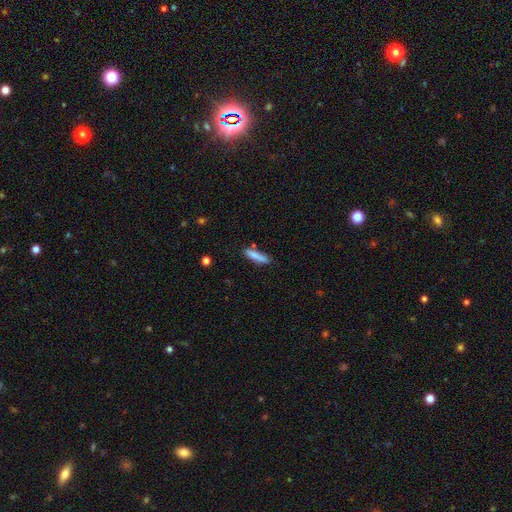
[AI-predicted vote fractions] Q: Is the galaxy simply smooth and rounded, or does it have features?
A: smooth — 80%.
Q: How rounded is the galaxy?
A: cigar-shaped — 81%.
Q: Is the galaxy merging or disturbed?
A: none — 80%.